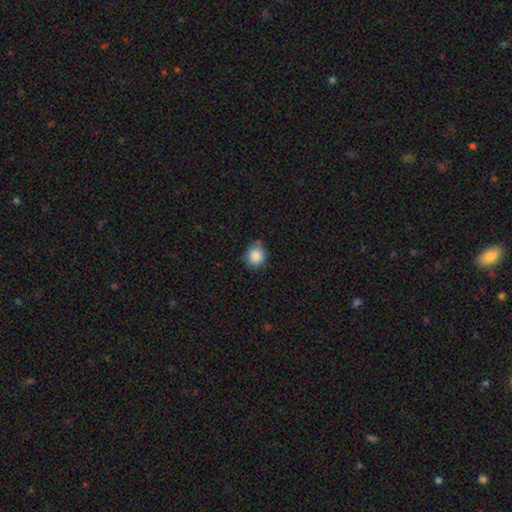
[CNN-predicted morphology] This appears to be a smooth galaxy with no disk features (87%) that is round (86%). Merging: none (68%).